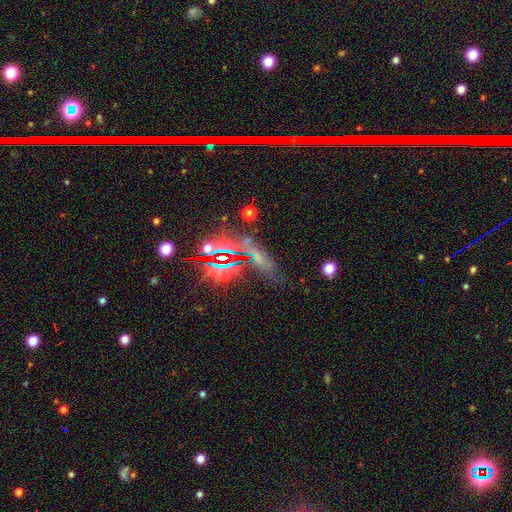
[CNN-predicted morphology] A star or artifact, not a galaxy (57%).